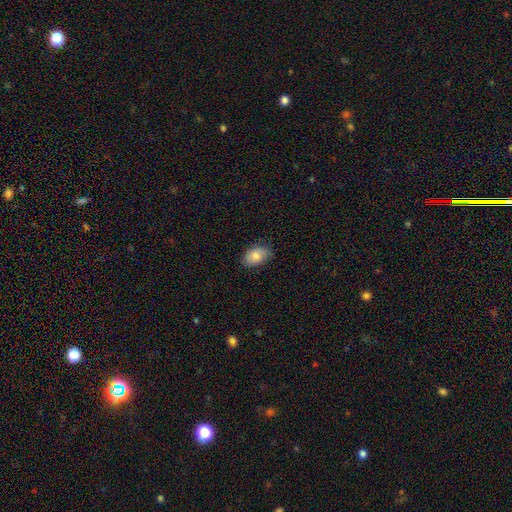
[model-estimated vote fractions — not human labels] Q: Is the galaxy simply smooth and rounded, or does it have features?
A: smooth — 81%.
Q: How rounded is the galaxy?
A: in between — 89%.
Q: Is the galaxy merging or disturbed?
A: none — 81%.